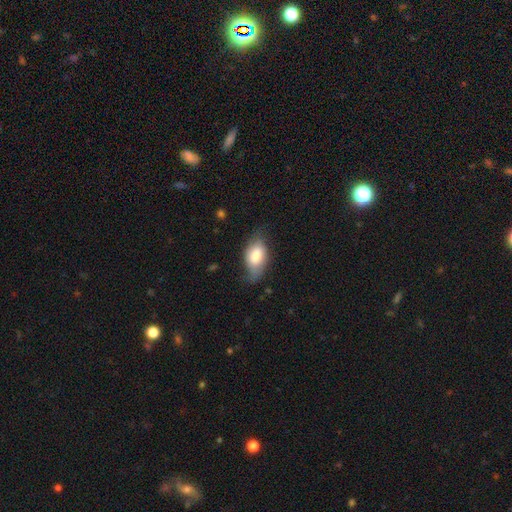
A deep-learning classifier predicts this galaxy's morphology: This appears to be a smooth galaxy with no disk features (66%) that is in between round and cigar-shaped (90%). Merging: none (54%).